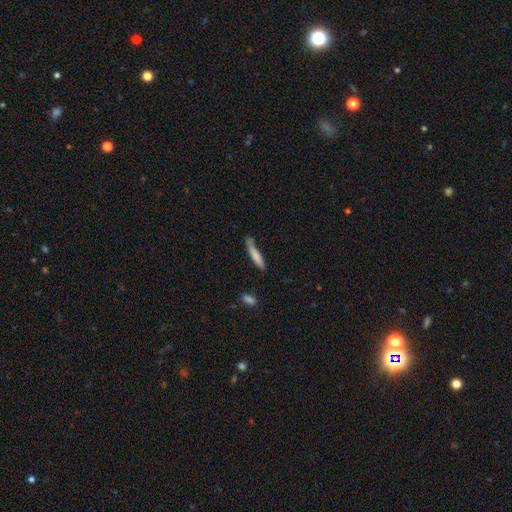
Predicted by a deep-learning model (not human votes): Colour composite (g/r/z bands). It shows a smooth galaxy with no disk features (76%) that is cigar-shaped (91%). Merging: none (64%).